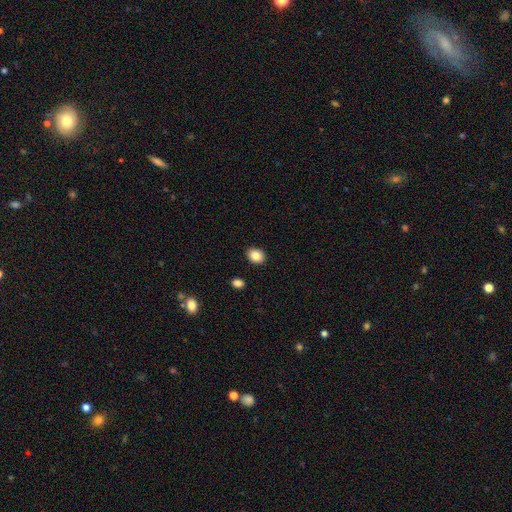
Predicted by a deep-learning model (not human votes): This appears to be a smooth galaxy with no disk features (86%) that is in between round and cigar-shaped (50%). Merging: none (88%).